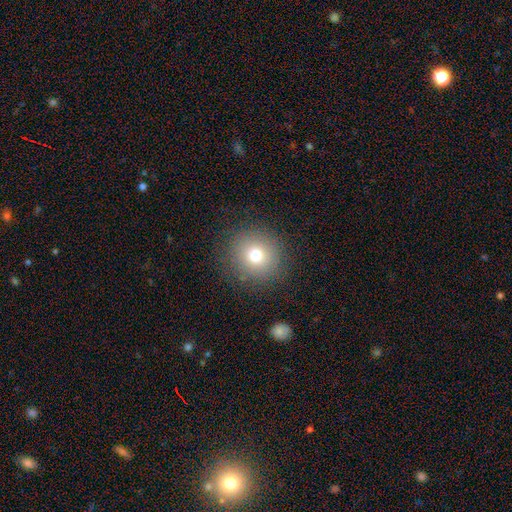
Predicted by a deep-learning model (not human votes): Smooth or featured? smooth (72%)
How rounded? round (94%)
Merging? none (88%)